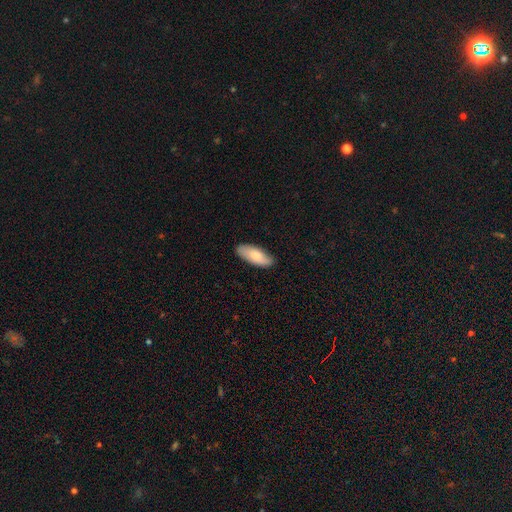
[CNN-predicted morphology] smooth-or-featured: smooth: 75% | featured or disk: 19% | star or artifact: 6%
  how-rounded: in between: 80% | cigar-shaped: 18% | round: 2%
  merging: none: 85% | minor disturbance: 12% | major disturbance: 2% | merger: 1%